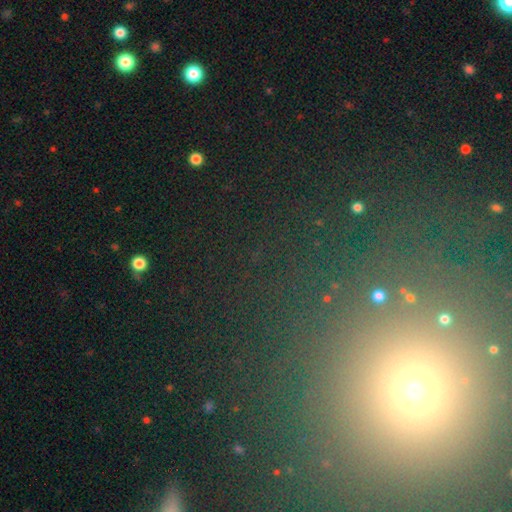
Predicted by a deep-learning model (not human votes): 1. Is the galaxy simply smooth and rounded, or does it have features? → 66% star or artifact, 21% smooth, 13% featured or disk.